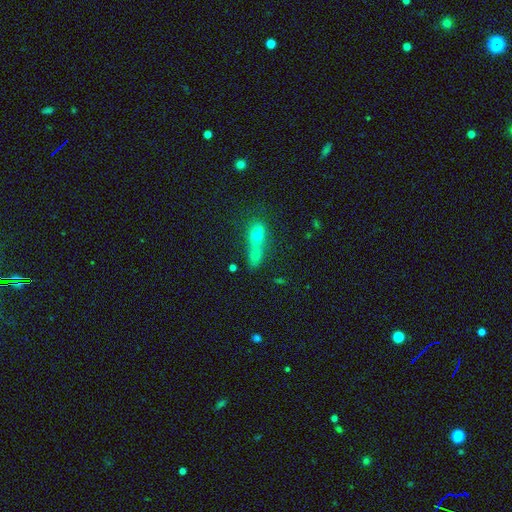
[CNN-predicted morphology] smooth 61%, featured or disk 21%, star or artifact 18%. Down the decision tree: how rounded — in between (44%); merging — merger (66%).